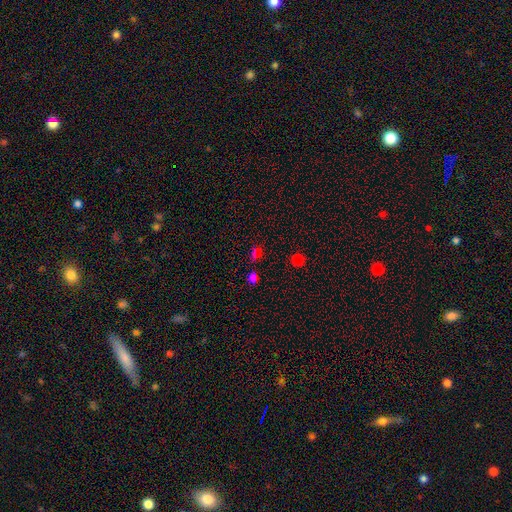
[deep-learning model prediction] Overall: smooth (49%; star or artifact 44%). Merging: none (70%).